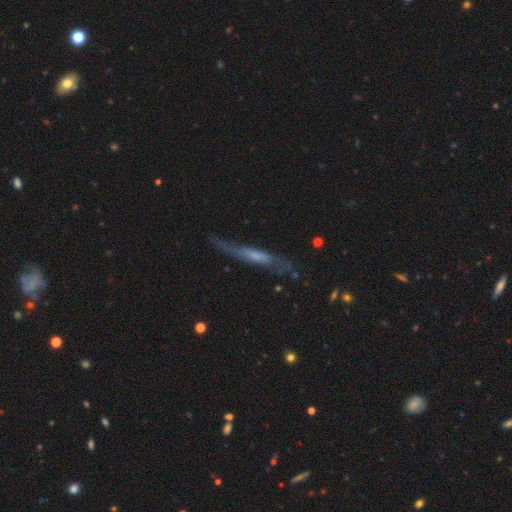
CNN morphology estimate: Smooth or featured: featured or disk — 59% (smooth — 33%)
Edge-on disk: yes — 68% (no — 32%)
Merging: none — 60% (minor disturbance — 24%)